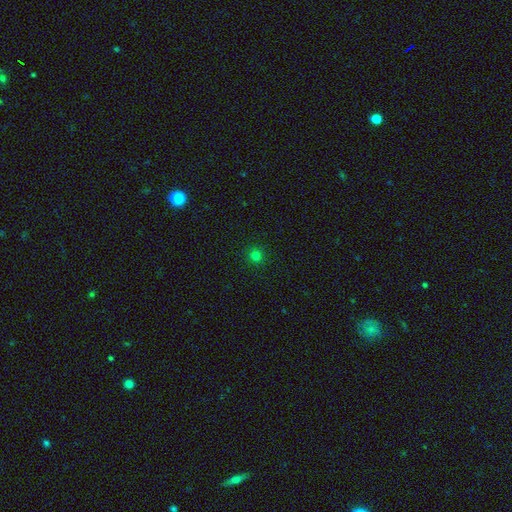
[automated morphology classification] A smooth galaxy with no disk features (77%) that is round (93%). Merging: none (92%).